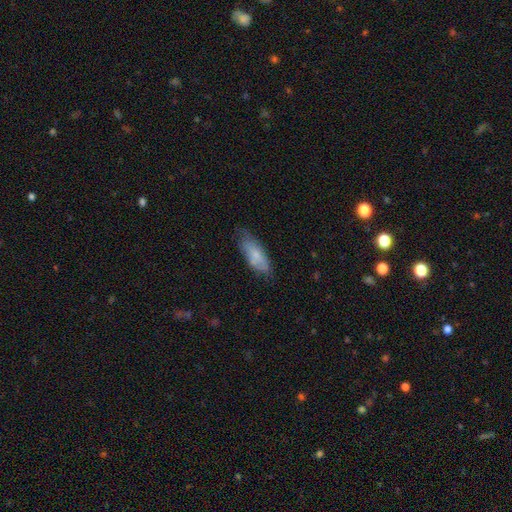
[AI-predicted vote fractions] The model was most divided on "merging": none: 64%, minor disturbance: 27%, major disturbance: 6%, merger: 2%. More confident: smooth or featured — smooth (74%); how rounded — in between (73%).